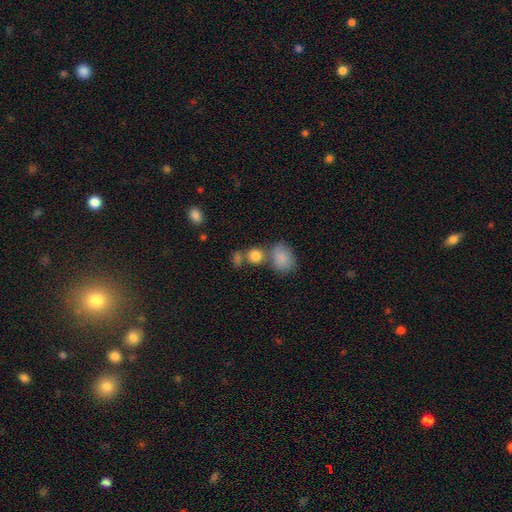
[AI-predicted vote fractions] Smooth or featured: smooth — 81% (star or artifact — 10%)
How rounded: round — 71% (in between — 27%)
Merging: none — 49% (merger — 34%)